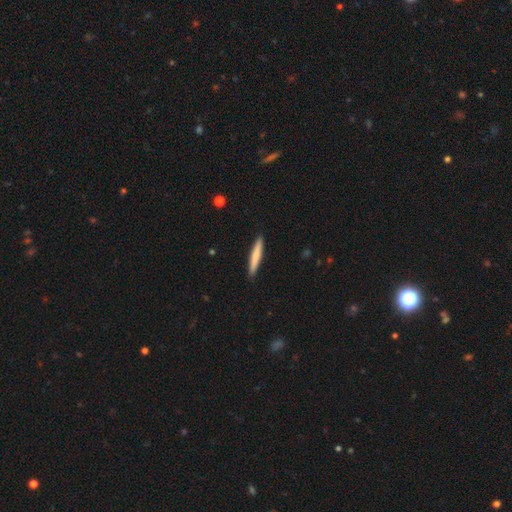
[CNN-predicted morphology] Smooth or featured? smooth (74%)
How rounded? cigar-shaped (95%)
Merging? none (91%)